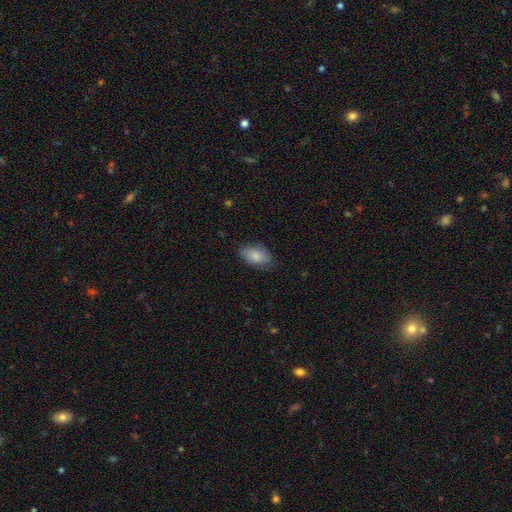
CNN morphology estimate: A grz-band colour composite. It shows a smooth galaxy with no disk features (83%) that is in between round and cigar-shaped (91%). Merging: none (76%).